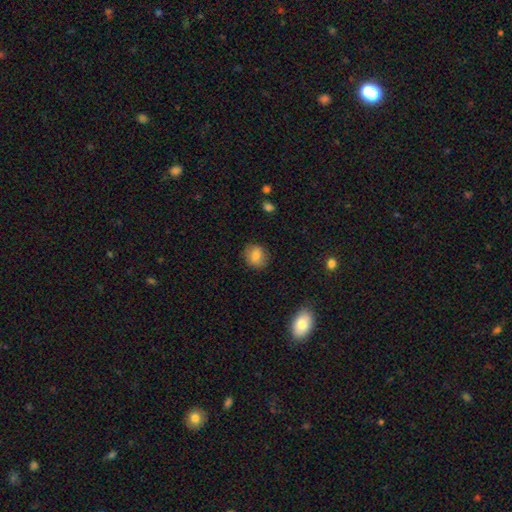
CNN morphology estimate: This is clearly a smooth galaxy (81%). How rounded: likely round (76%). Merging: clearly none (86%).